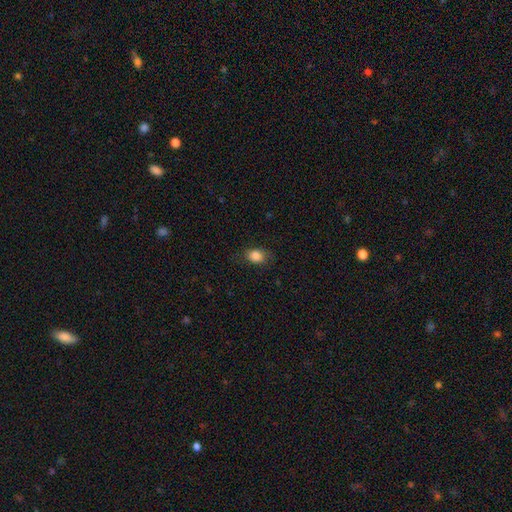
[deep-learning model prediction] The model was most divided on "how rounded": in between: 65%, round: 33%, cigar-shaped: 1%. More confident: smooth or featured — smooth (86%); merging — none (76%).